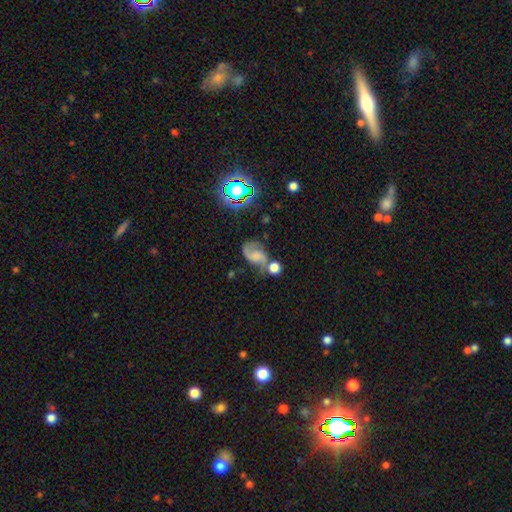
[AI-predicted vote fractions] Q: Smooth or featured?
A: featured or disk (64%); runner-up: smooth (23%)
Q: Edge-on disk?
A: no (97%); runner-up: yes (3%)
Q: Bar?
A: no (58%); runner-up: weak (33%)
Q: Spiral arms?
A: yes (91%); runner-up: no (9%)
Q: Spiral winding?
A: loose (55%); runner-up: medium (35%)
Q: Spiral arm count?
A: 2 (83%); runner-up: 1 (9%)
Q: Bulge size?
A: none (42%); runner-up: small (27%)
Q: Merging?
A: none (37%); runner-up: merger (31%)